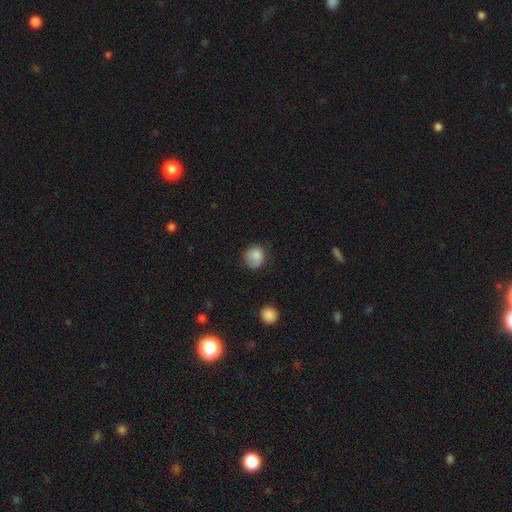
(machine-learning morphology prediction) smooth 82%, featured or disk 10%, star or artifact 8%. Down the decision tree: how rounded — round (81%); merging — none (62%).